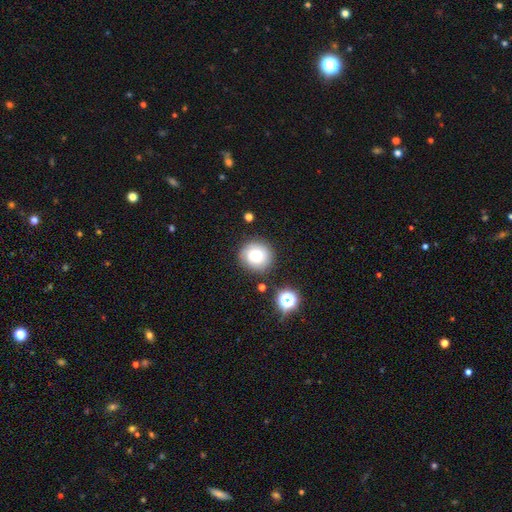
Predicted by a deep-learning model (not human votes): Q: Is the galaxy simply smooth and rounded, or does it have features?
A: smooth — 72%.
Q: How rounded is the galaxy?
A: round — 91%.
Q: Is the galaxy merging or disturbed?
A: none — 81%.